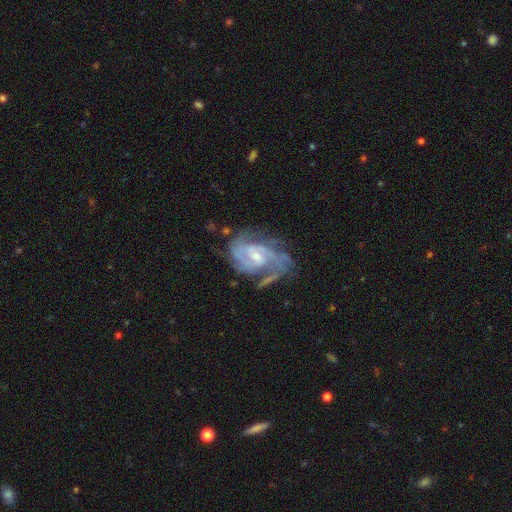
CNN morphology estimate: Smooth or featured: featured or disk — 88% (smooth — 6%)
Edge-on disk: no — 97% (yes — 3%)
Bar: weak — 48% (no — 38%)
Spiral arms: yes — 95% (no — 5%)
Spiral winding: tight — 48% (medium — 41%)
Spiral arm count: 2 — 29% (3 — 27%)
Bulge size: small — 55% (moderate — 40%)
Merging: none — 53% (minor disturbance — 23%)